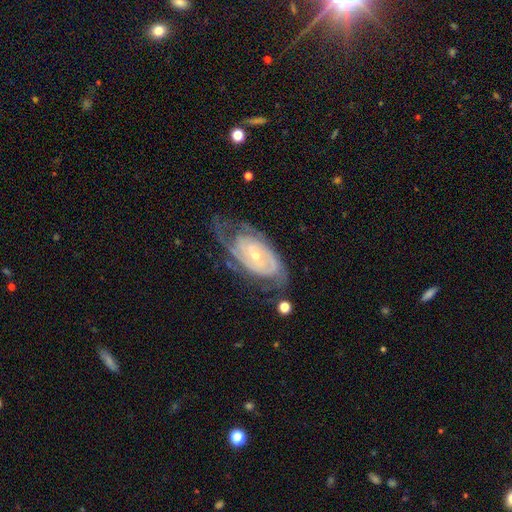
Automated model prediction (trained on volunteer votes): Morphology: type=featured or disk (86%); edge-on=no (95%); bar=no (66%); spiral arms=yes (94%); winding=tight (68%); arm count=2 (45%); bulge=small (65%); merging=none (59%).